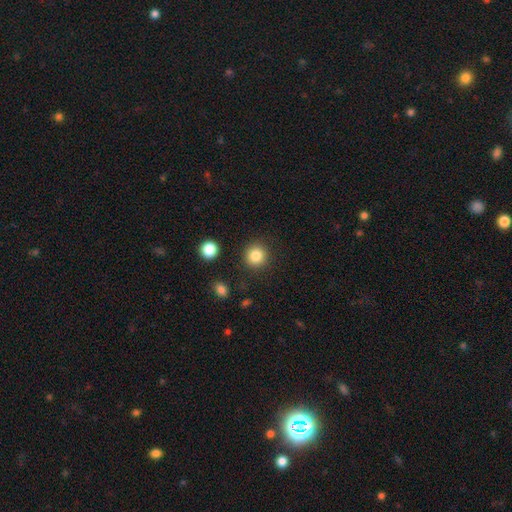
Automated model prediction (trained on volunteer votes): smooth 84%, star or artifact 10%, featured or disk 5%. Down the decision tree: how rounded — round (93%); merging — none (89%).